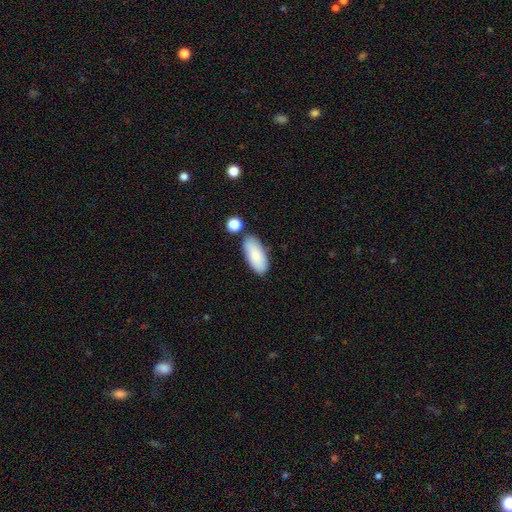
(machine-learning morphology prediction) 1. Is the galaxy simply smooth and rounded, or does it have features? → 86% smooth, 8% featured or disk, 6% star or artifact.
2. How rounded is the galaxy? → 88% in between, 10% cigar-shaped, 2% round.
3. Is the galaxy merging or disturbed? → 76% none, 14% minor disturbance, 8% merger, 3% major disturbance.